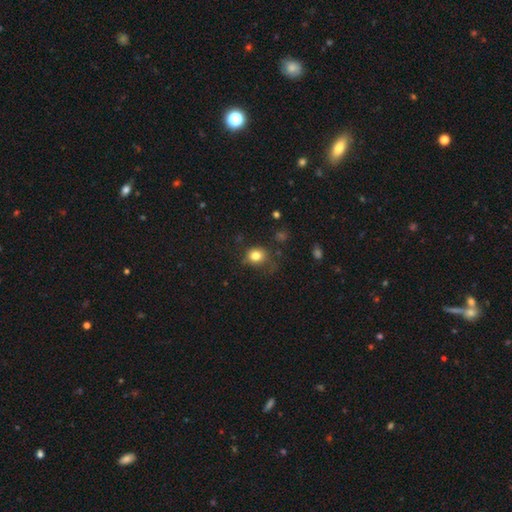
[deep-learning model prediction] A smooth galaxy with no disk features (80%) that is round (74%). Merging: none (60%).